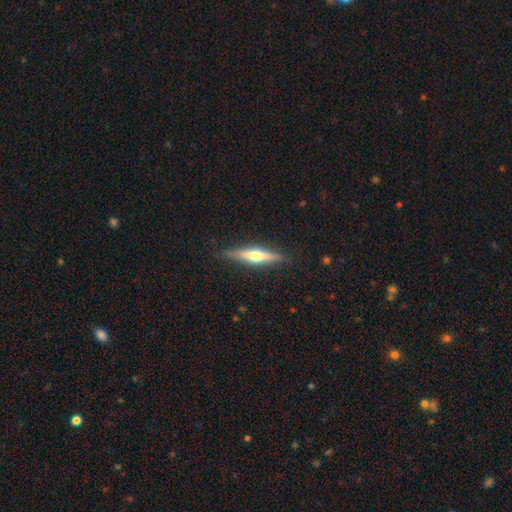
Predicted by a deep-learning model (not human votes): A featured or disk galaxy (59%) viewed edge-on (96%) with a rounded central bulge (89%). Merging: none (87%).